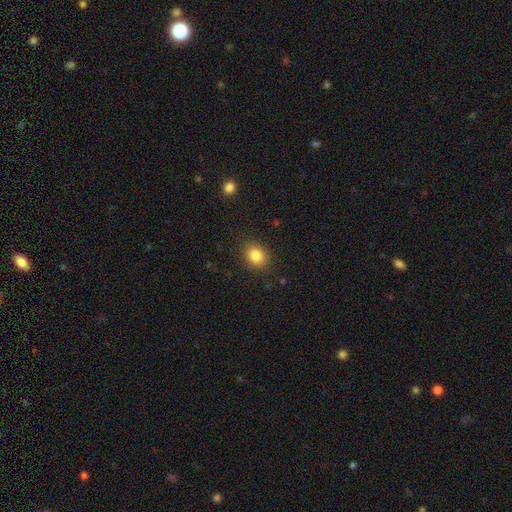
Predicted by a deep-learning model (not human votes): smooth 84%, star or artifact 10%, featured or disk 6%. Down the decision tree: how rounded — round (57%); merging — none (87%).